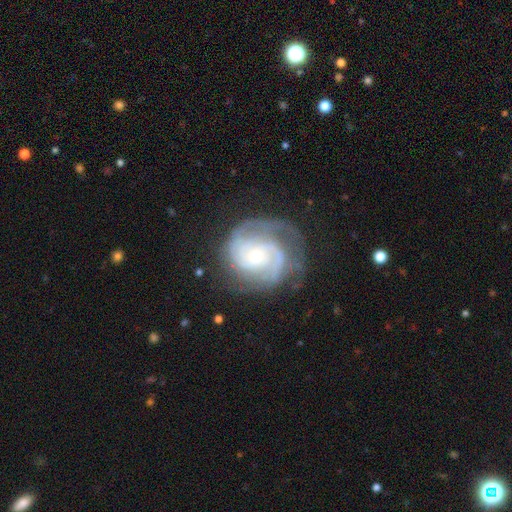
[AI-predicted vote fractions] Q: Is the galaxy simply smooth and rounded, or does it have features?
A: featured or disk — 88%.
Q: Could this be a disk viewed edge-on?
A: no — 98%.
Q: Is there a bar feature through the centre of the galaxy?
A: no — 71%.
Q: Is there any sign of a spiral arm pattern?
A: yes — 97%.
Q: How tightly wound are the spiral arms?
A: tight — 59%.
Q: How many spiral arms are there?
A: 2 — 49%.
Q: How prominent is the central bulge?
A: small — 60%.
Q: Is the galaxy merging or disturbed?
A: none — 68%.